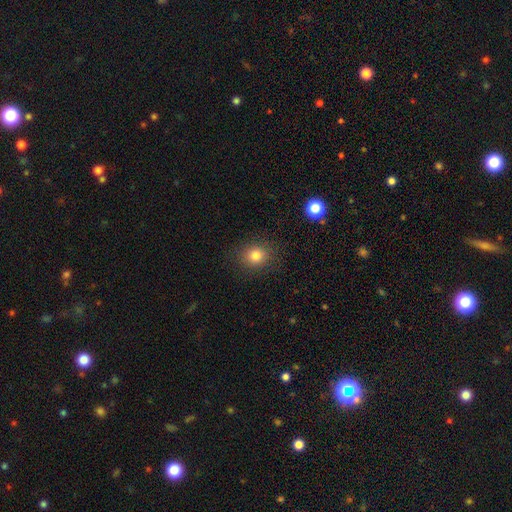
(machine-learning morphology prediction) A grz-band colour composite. It shows a smooth galaxy with no disk features (81%) that is round (73%). Merging: none (88%).